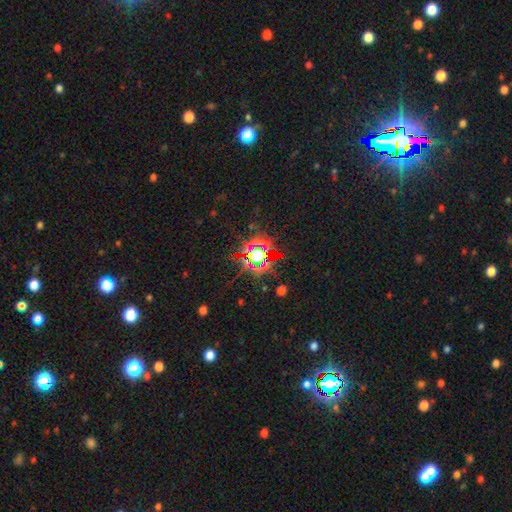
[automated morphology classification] Q: Smooth or featured?
A: star or artifact (72%); runner-up: smooth (16%)